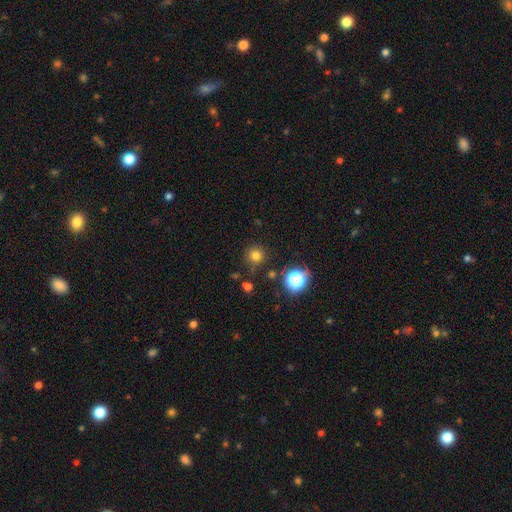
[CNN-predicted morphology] Smooth or featured?
  - smooth: 75% *
  - star or artifact: 19%
  - featured or disk: 6%
How rounded?
  - round: 94% *
  - in between: 5%
  - cigar-shaped: 1%
Merging?
  - none: 84% *
  - minor disturbance: 9%
  - merger: 4%
  - major disturbance: 3%